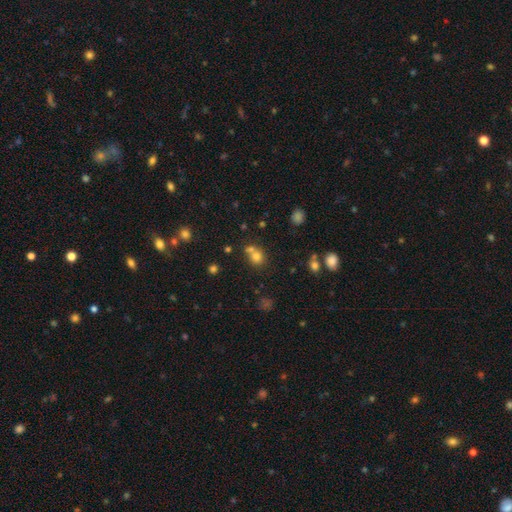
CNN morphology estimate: type=smooth (74%); roundness=round (78%); merging=none (46%).